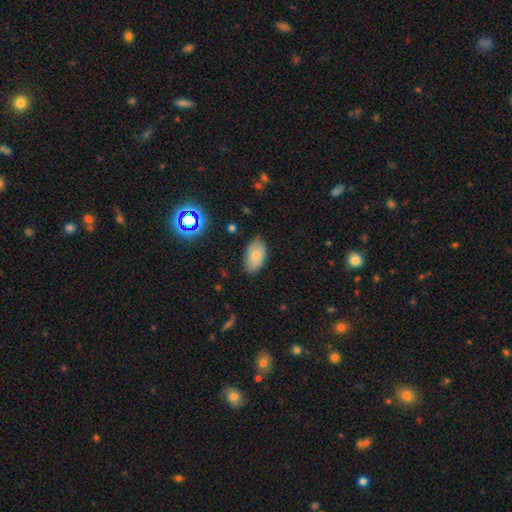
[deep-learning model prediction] This appears to be a smooth galaxy with no disk features (77%) that is in between round and cigar-shaped (93%). Merging: none (80%).